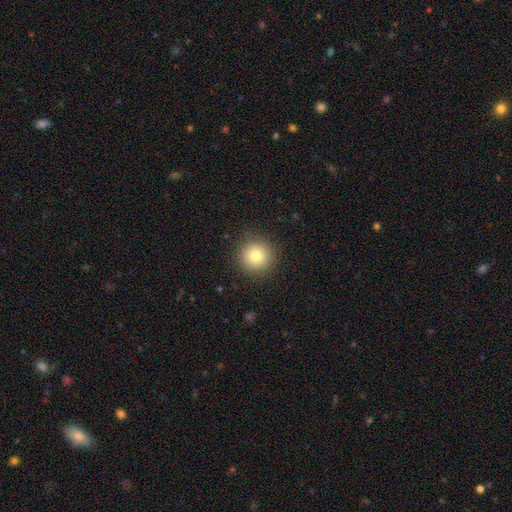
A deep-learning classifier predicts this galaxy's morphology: smooth-or-featured: smooth: 79% | star or artifact: 11% | featured or disk: 9%
  how-rounded: round: 95% | in between: 4% | cigar-shaped: 1%
  merging: none: 90% | minor disturbance: 7% | major disturbance: 2% | merger: 1%